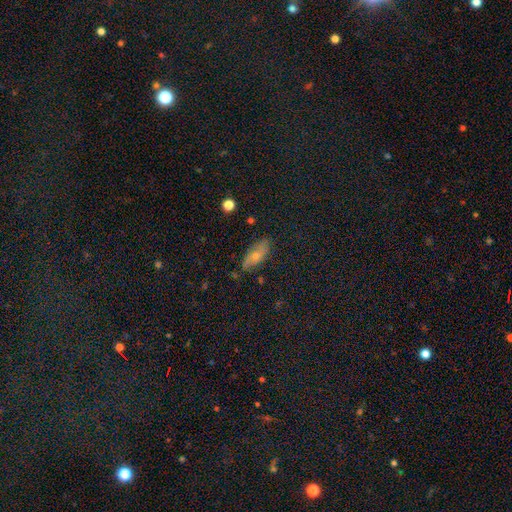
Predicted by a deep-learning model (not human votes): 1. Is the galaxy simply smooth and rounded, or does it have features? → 54% smooth, 36% featured or disk, 10% star or artifact.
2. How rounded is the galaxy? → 76% in between, 19% cigar-shaped, 4% round.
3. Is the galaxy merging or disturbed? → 74% none, 19% minor disturbance, 4% major disturbance, 2% merger.